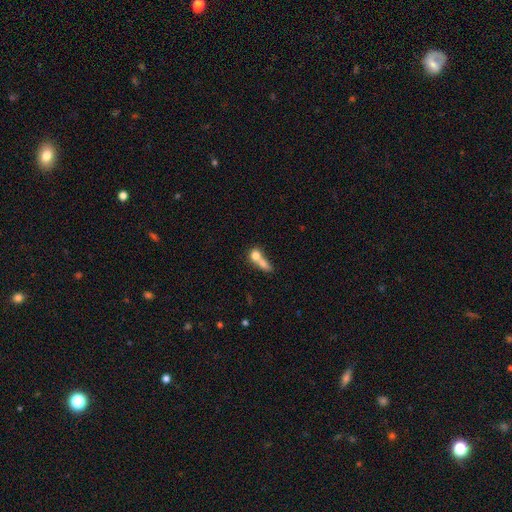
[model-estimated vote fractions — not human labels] A smooth galaxy with no disk features (71%) that is round (53%). Merging: merger (68%).